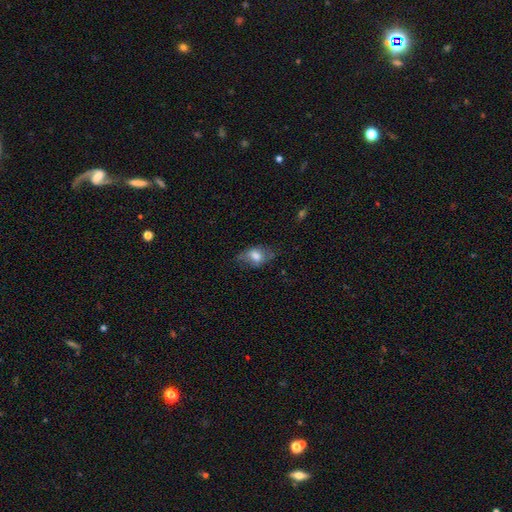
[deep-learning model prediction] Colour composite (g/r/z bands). It shows a smooth galaxy with no disk features (68%) that is in between round and cigar-shaped (84%). Merging: none (58%).